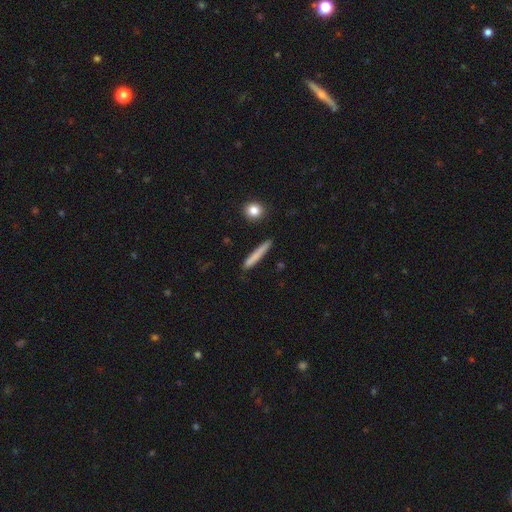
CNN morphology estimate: A smooth galaxy with no disk features (76%) that is cigar-shaped (95%). Merging: none (88%).